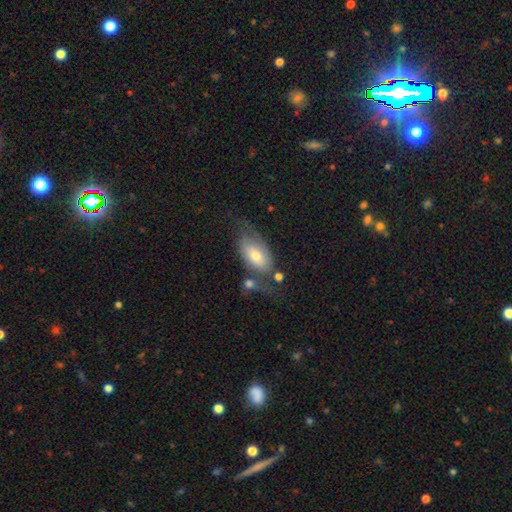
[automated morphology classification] Q: Smooth or featured?
A: smooth (53%); runner-up: featured or disk (41%)
Q: How rounded?
A: in between (90%); runner-up: round (7%)
Q: Merging?
A: none (41%); runner-up: minor disturbance (24%)